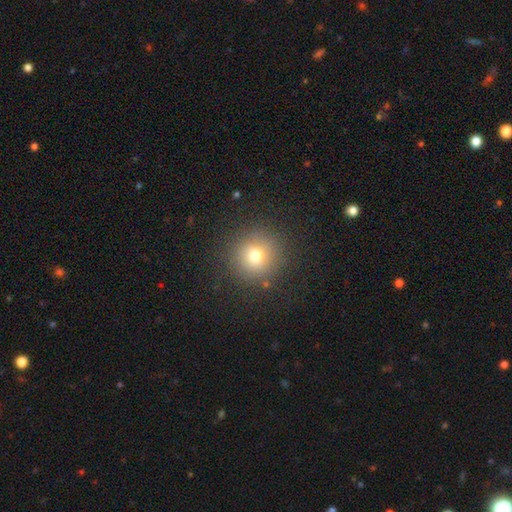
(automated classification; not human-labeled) smooth 73%, star or artifact 17%, featured or disk 10%. Down the decision tree: how rounded — round (94%); merging — none (88%).